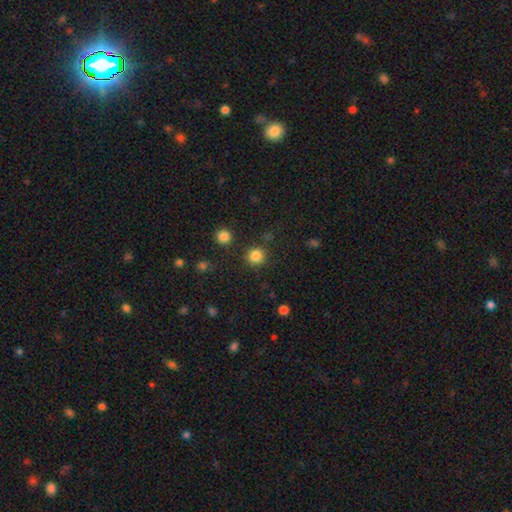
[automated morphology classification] A smooth galaxy with no disk features (84%) that is round (93%).

Vote fractions:
- Smooth or featured? smooth: 84% / star or artifact: 12% / featured or disk: 4%
- How rounded? round: 93% / in between: 6% / cigar-shaped: 1%
- Merging? none: 88% / minor disturbance: 6% / merger: 3% / major disturbance: 3%